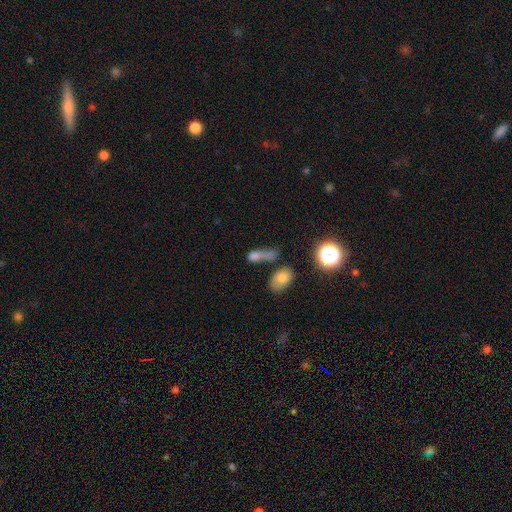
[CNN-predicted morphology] Smooth or featured? smooth (69%)
How rounded? in between (69%)
Merging? merger (40%)